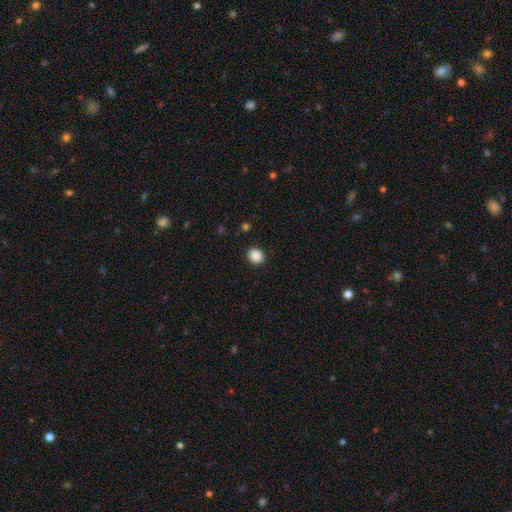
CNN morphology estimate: Smooth or featured?
  - smooth: 89% *
  - star or artifact: 9%
  - featured or disk: 2%
How rounded?
  - round: 73% *
  - in between: 26%
  - cigar-shaped: 1%
Merging?
  - none: 91% *
  - minor disturbance: 6%
  - major disturbance: 2%
  - merger: 1%